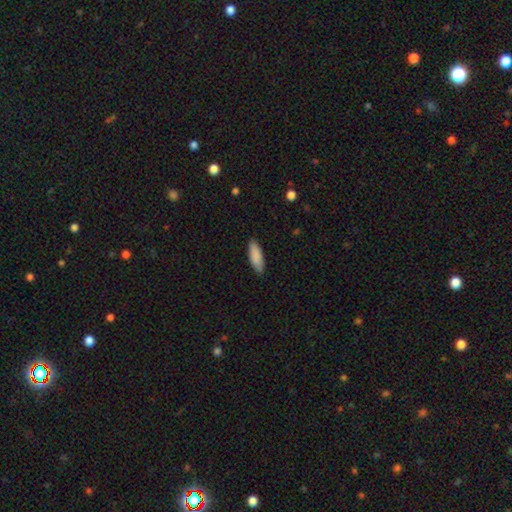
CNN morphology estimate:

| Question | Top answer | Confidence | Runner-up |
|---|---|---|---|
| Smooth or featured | smooth | 88% | featured or disk (6%) |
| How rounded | in between | 62% | cigar-shaped (36%) |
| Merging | none | 85% | minor disturbance (12%) |